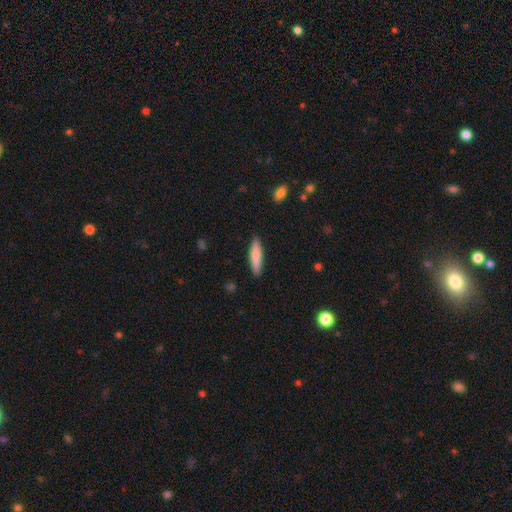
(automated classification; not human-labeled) This is clearly a smooth galaxy (81%). How rounded: clearly cigar-shaped (80%). Merging: clearly none (88%).